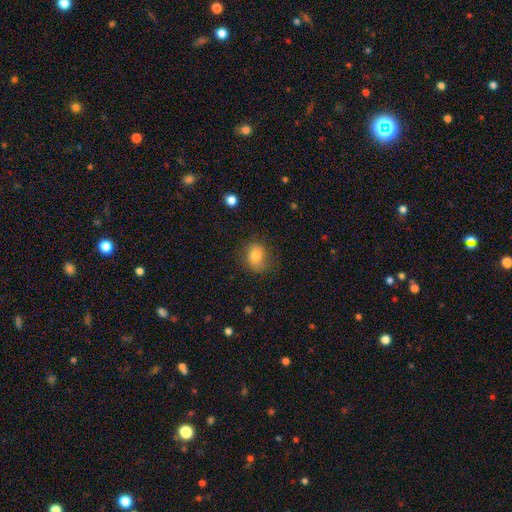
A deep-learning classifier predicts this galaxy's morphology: The model was most divided on "how rounded": round: 52%, in between: 47%, cigar-shaped: 1%. More confident: smooth or featured — smooth (79%); merging — none (74%).